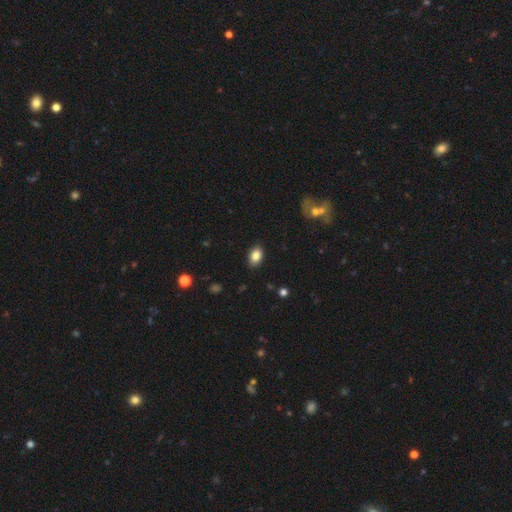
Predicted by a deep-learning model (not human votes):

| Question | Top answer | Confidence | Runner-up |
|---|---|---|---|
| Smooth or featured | smooth | 85% | star or artifact (8%) |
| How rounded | in between | 87% | round (12%) |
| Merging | none | 88% | minor disturbance (9%) |